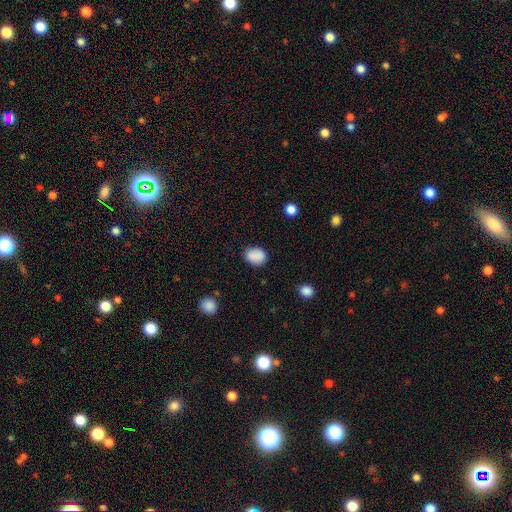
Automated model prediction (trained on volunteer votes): This appears to be a smooth galaxy with no disk features (88%) that is in between round and cigar-shaped (51%). Merging: none (83%).